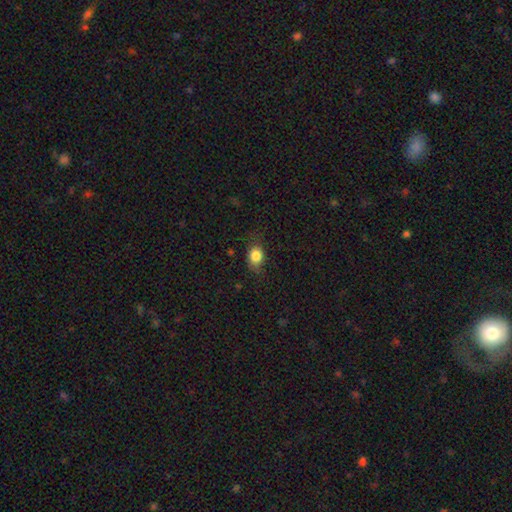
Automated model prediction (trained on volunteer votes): smooth_or_featured: smooth (p=0.83) [alt: star or artifact p=0.09]
how_rounded: in between (p=0.55) [alt: round p=0.43]
merging: none (p=0.72) [alt: minor disturbance p=0.21]